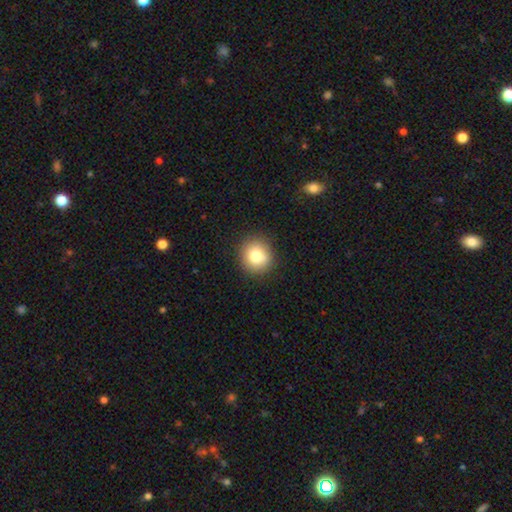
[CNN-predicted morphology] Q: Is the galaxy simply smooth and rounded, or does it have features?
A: smooth — 79%.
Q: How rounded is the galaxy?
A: round — 90%.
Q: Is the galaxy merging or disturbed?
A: none — 88%.